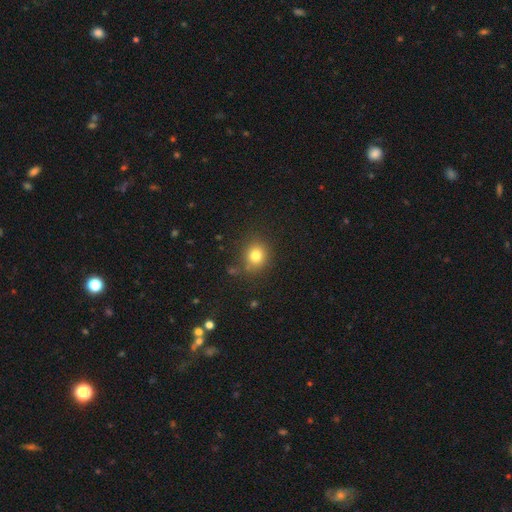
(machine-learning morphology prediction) type=smooth (79%); roundness=round (77%); merging=none (81%).